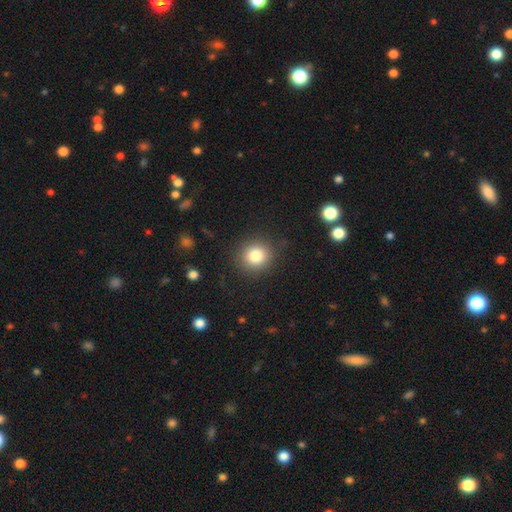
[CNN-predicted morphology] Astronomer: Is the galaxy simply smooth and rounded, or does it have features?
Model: smooth — 82%.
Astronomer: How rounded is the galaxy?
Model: round — 84%.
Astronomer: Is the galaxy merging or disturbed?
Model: none — 87%.